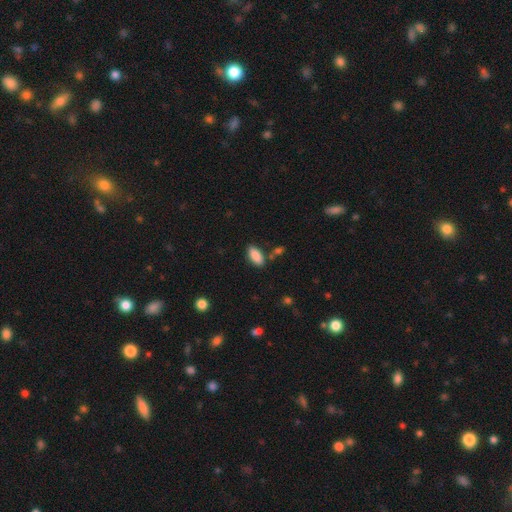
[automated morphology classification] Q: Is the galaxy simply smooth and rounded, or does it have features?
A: smooth — 88%.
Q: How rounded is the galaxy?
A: in between — 86%.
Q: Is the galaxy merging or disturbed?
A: none — 80%.